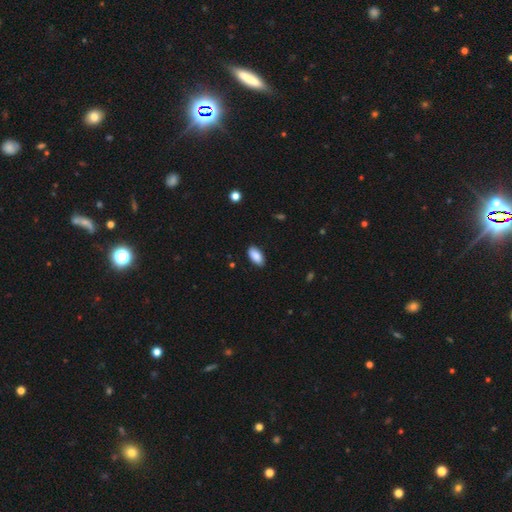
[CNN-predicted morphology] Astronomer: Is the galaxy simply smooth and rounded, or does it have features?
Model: smooth — 89%.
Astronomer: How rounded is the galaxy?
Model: in between — 94%.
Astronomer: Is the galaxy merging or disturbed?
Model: none — 88%.